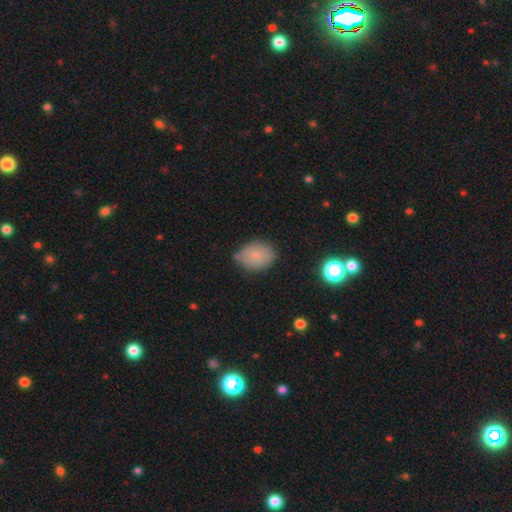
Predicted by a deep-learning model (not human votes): Smooth or featured? Predicted: smooth (p=0.80). How rounded? Predicted: in between (p=0.60). Merging? Predicted: none (p=0.81).